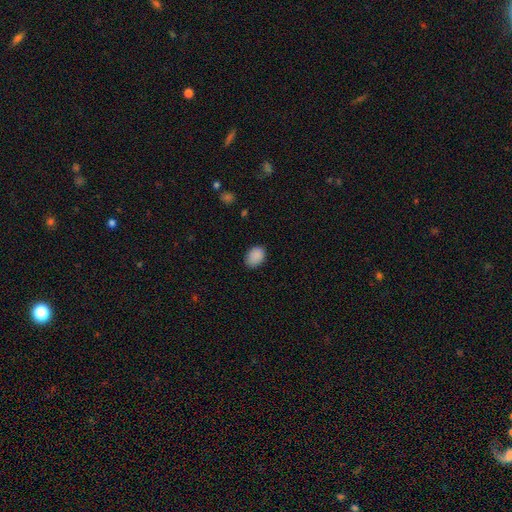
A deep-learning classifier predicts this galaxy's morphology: This is clearly a smooth galaxy (88%). How rounded: likely in between (74%). Merging: clearly none (81%).